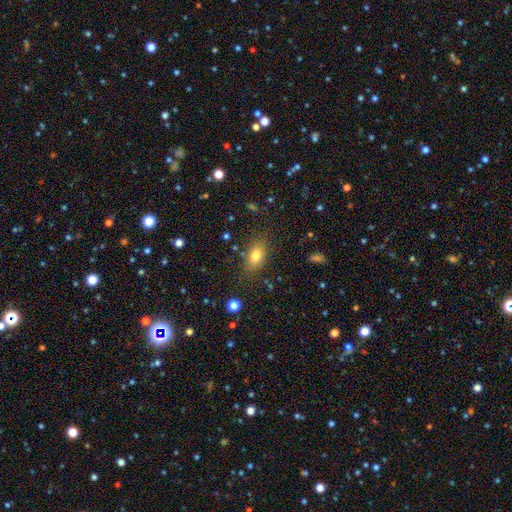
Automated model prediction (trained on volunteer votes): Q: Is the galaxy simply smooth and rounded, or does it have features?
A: smooth — 79%.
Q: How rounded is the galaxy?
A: in between — 82%.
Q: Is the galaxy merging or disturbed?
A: none — 77%.